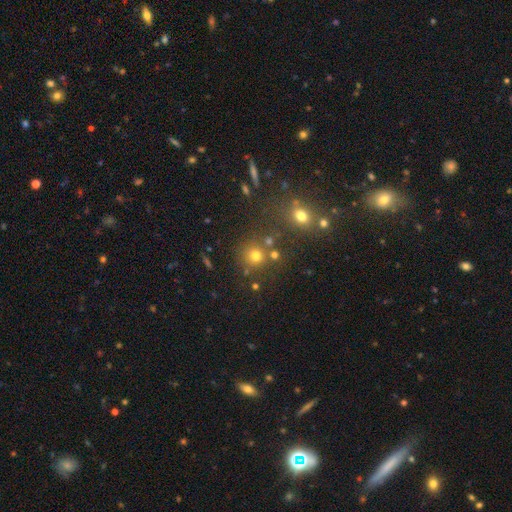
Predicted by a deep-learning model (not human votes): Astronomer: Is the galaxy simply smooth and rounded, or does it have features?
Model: smooth — 72%.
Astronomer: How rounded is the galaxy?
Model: round — 90%.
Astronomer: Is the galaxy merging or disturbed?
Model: none — 72%.